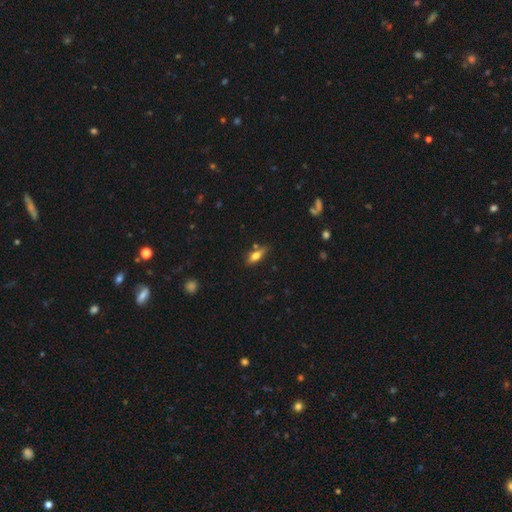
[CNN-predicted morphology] smooth-or-featured: smooth: 70% | featured or disk: 22% | star or artifact: 8%
  how-rounded: in between: 73% | cigar-shaped: 23% | round: 4%
  merging: none: 71% | minor disturbance: 18% | merger: 8% | major disturbance: 4%